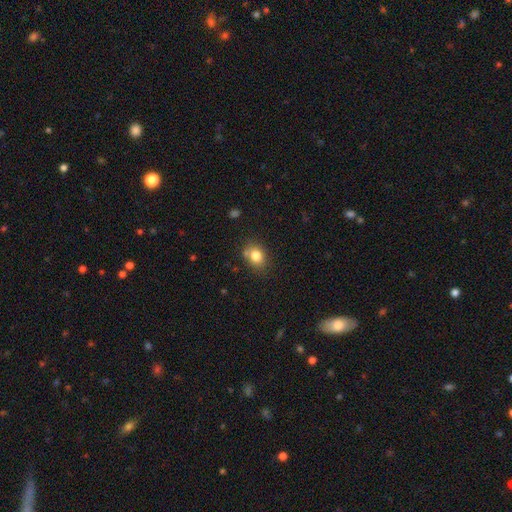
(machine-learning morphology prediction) Smooth or featured: smooth — 81% (star or artifact — 11%)
How rounded: round — 50% (in between — 49%)
Merging: none — 73% (minor disturbance — 16%)